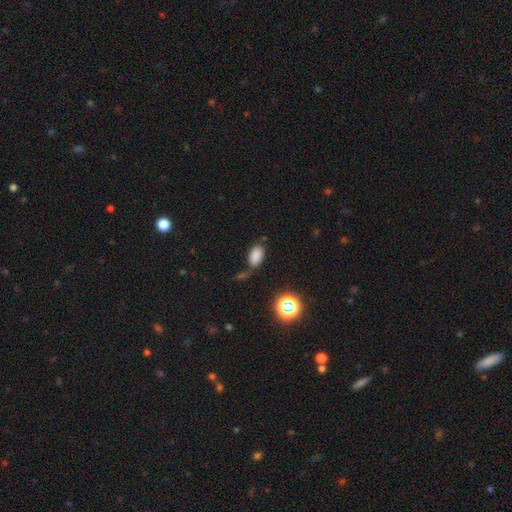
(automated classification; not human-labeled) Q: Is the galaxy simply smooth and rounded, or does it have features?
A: smooth — 81%.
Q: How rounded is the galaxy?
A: in between — 91%.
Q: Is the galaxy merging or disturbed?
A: none — 68%.